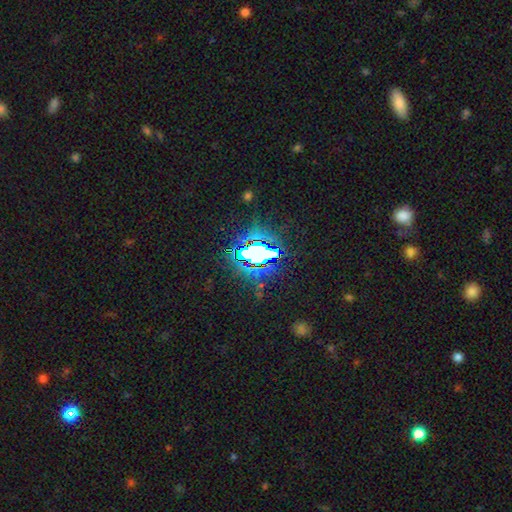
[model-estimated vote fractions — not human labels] Morphology: type=star or artifact (72%).